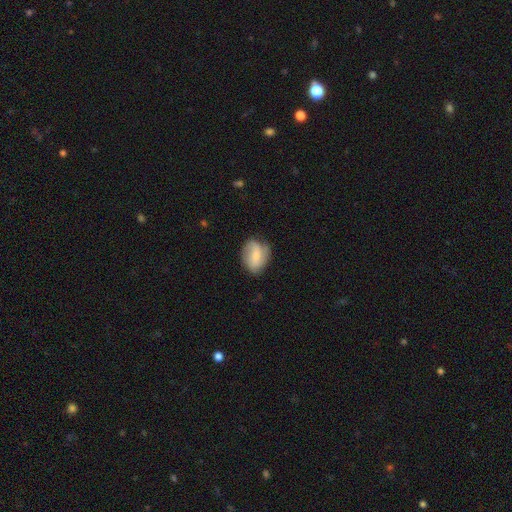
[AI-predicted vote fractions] Morphology: type=featured or disk (47%); merging=none (68%).